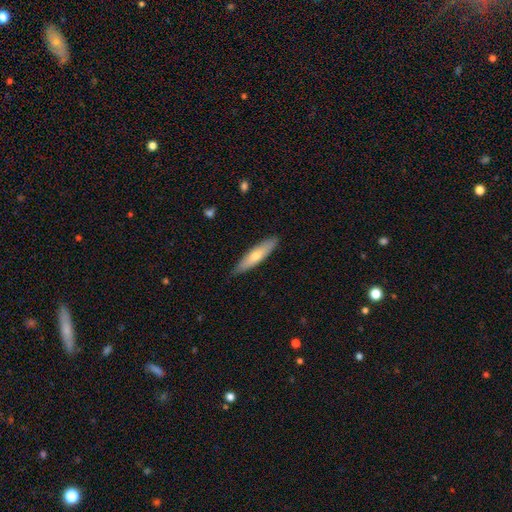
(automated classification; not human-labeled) Overall: smooth (60%; featured or disk 34%). How rounded: cigar-shaped (74%). Merging: none (86%).